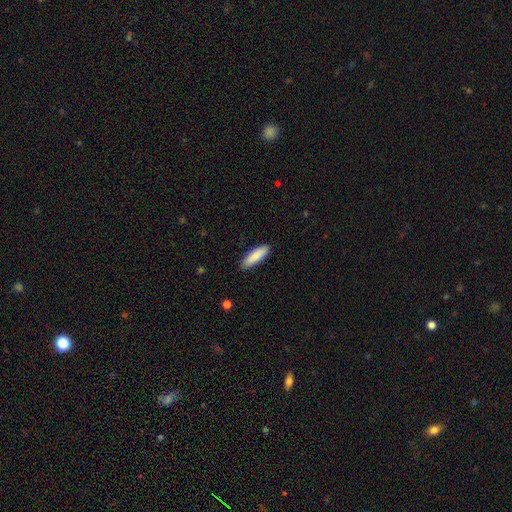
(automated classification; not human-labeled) A smooth galaxy with no disk features (86%) that is cigar-shaped (54%).

Vote fractions:
- Smooth or featured? smooth: 86% / featured or disk: 8% / star or artifact: 5%
- How rounded? cigar-shaped: 54% / in between: 44% / round: 1%
- Merging? none: 89% / minor disturbance: 9% / major disturbance: 2% / merger: 1%